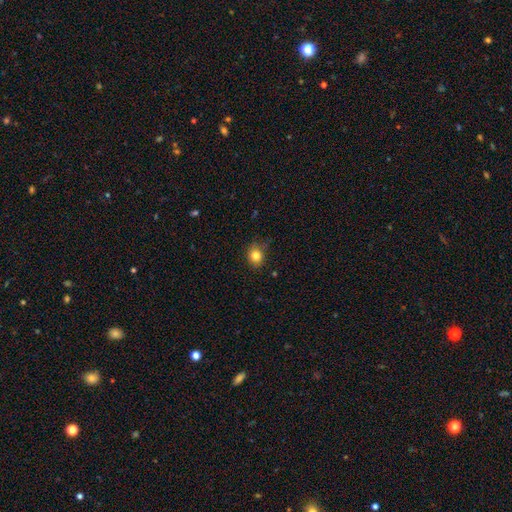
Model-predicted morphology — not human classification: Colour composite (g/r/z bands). It shows a smooth galaxy with no disk features (82%) that is round (70%). Merging: none (75%).